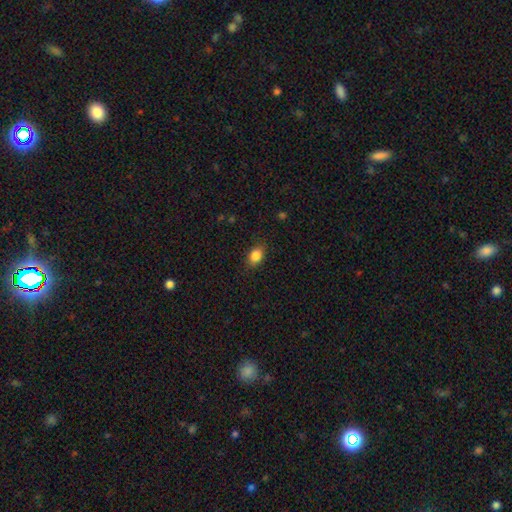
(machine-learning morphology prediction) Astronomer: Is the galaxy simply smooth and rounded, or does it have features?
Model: smooth — 86%.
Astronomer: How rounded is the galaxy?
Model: in between — 77%.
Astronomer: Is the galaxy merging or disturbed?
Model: none — 85%.